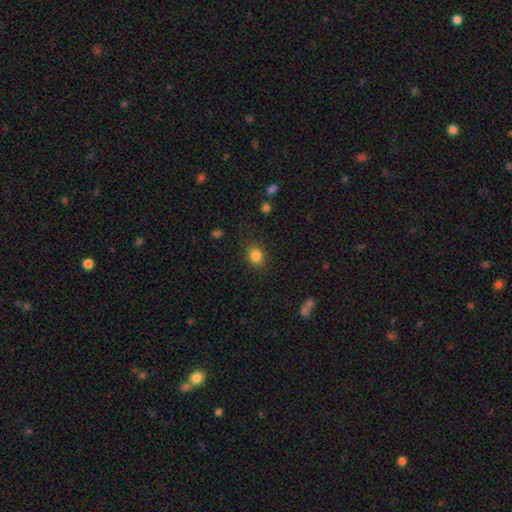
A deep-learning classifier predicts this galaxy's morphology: Smooth or featured? Predicted: smooth (p=0.84). How rounded? Predicted: round (p=0.76). Merging? Predicted: none (p=0.85).